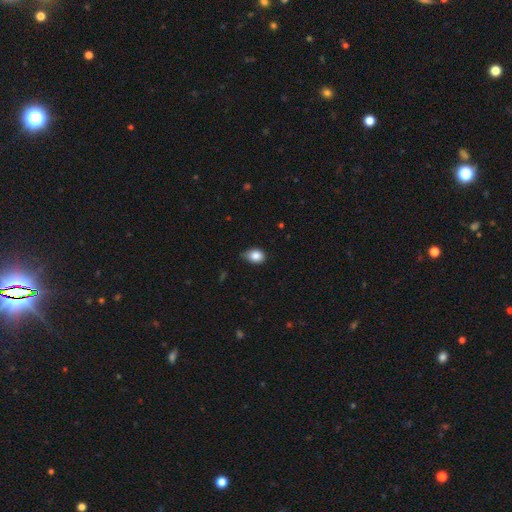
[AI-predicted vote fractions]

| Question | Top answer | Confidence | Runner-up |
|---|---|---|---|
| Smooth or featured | smooth | 85% | star or artifact (9%) |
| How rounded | in between | 60% | round (39%) |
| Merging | none | 60% | minor disturbance (34%) |